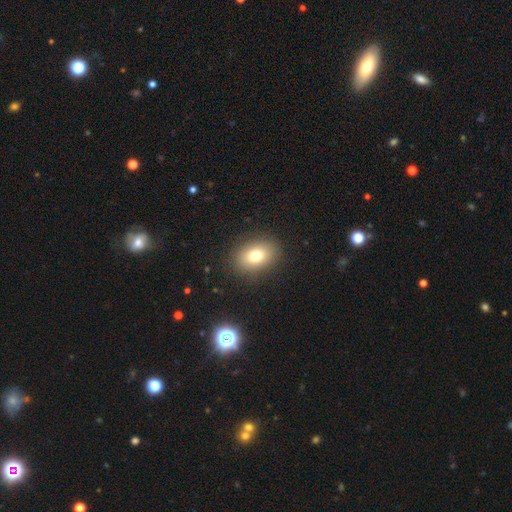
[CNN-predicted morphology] Smooth or featured? Predicted: smooth (p=0.76). How rounded? Predicted: in between (p=0.71). Merging? Predicted: none (p=0.87).